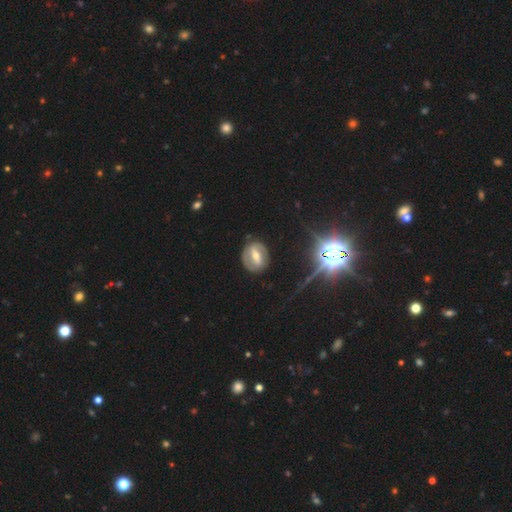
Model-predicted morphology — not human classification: The model was most divided on "spiral arms": yes: 52%, no: 48%. More confident: edge-on disk — no (92%); merging — none (80%); smooth or featured — featured or disk (63%); bulge size — moderate (61%); bar — strong (58%).